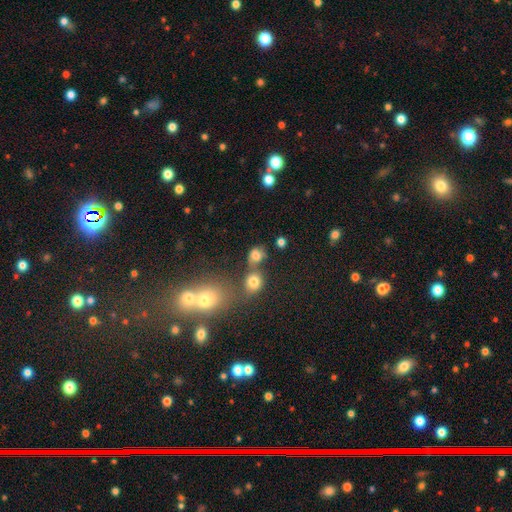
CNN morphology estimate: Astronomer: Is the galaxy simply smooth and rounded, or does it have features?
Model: smooth — 75%.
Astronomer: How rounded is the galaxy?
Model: round — 64%.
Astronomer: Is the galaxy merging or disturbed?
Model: none — 48% (runner-up: merger, 32%).